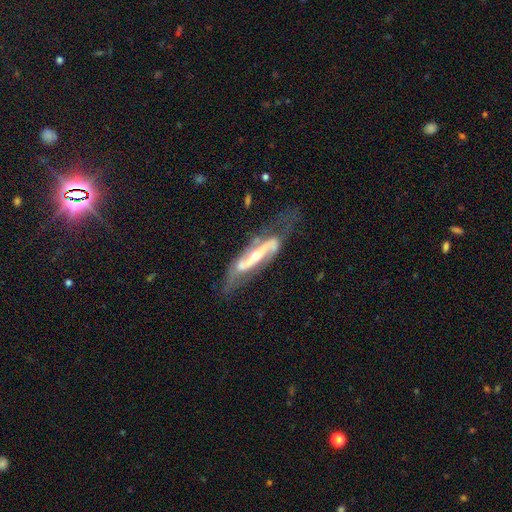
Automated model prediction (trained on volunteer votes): Smooth or featured: featured or disk — 88% (smooth — 8%)
Edge-on disk: no — 79% (yes — 21%)
Bar: strong — 62% (weak — 22%)
Spiral arms: yes — 91% (no — 9%)
Spiral winding: loose — 46% (medium — 38%)
Spiral arm count: 2 — 88% (can't tell — 6%)
Bulge size: small — 47% (moderate — 46%)
Merging: none — 54% (minor disturbance — 24%)